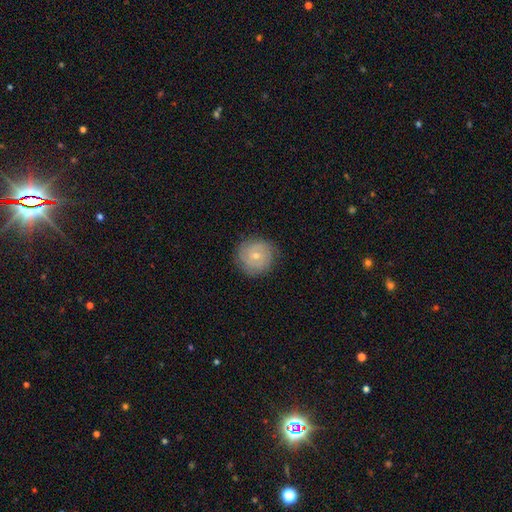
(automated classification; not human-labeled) Smooth or featured?
  - featured or disk: 61% *
  - smooth: 31%
  - star or artifact: 8%
Edge-on disk?
  - no: 97% *
  - yes: 3%
Bar?
  - no: 76% *
  - weak: 20%
  - strong: 3%
Spiral arms?
  - yes: 86% *
  - no: 14%
Spiral winding?
  - tight: 71% *
  - medium: 23%
  - loose: 6%
Spiral arm count?
  - 2: 36% *
  - can't tell: 33%
  - 3: 17%
  - 4: 5%
  - 1: 5%
  - more than 4: 4%
Bulge size?
  - small: 59% *
  - moderate: 38%
  - large: 1%
  - none: 1%
  - dominant: 1%
Merging?
  - none: 83% *
  - minor disturbance: 12%
  - major disturbance: 4%
  - merger: 1%